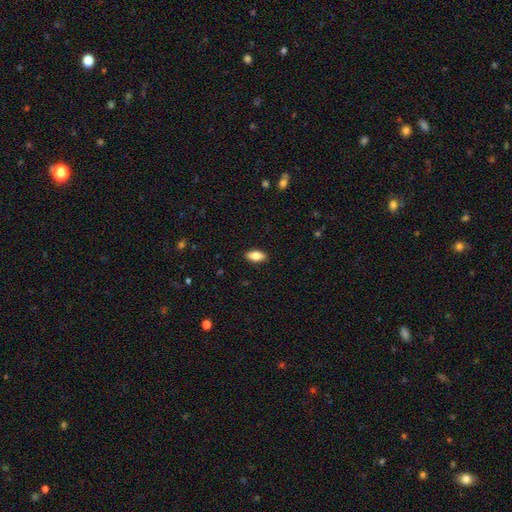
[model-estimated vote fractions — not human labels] smooth 82%, featured or disk 11%, star or artifact 7%. Down the decision tree: how rounded — in between (89%); merging — none (90%).